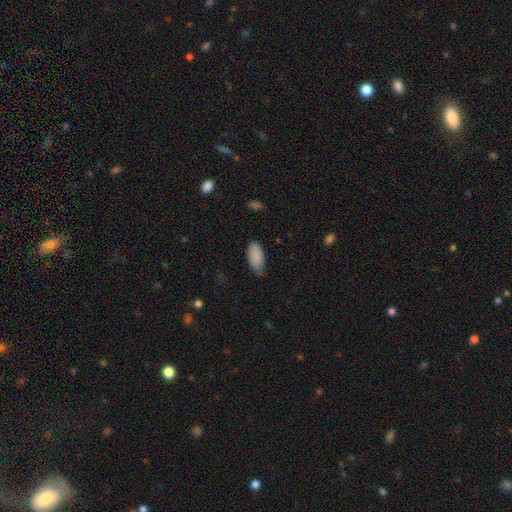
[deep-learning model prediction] This appears to be a smooth galaxy with no disk features (88%) that is in between round and cigar-shaped (92%). Merging: none (53%).